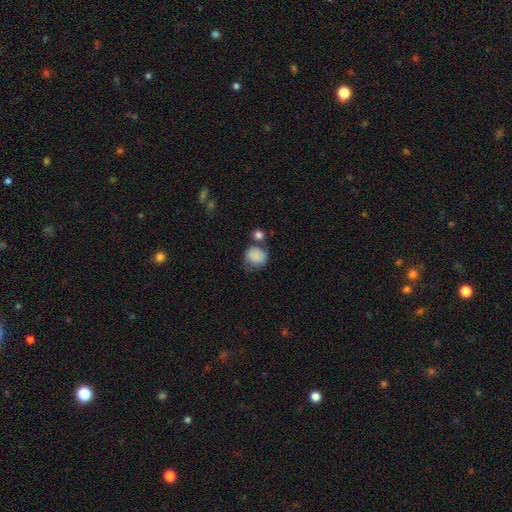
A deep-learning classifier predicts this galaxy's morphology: A smooth galaxy with no disk features (83%) that is round (70%). Merging: none (48%).